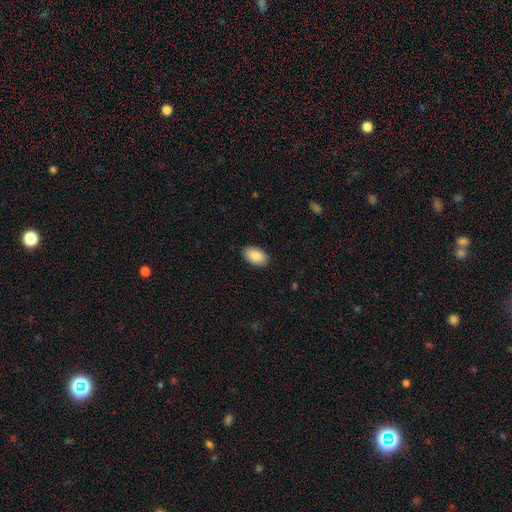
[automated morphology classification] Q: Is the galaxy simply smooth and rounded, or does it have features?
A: smooth — 88%.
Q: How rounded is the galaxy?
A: in between — 95%.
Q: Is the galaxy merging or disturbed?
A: none — 89%.